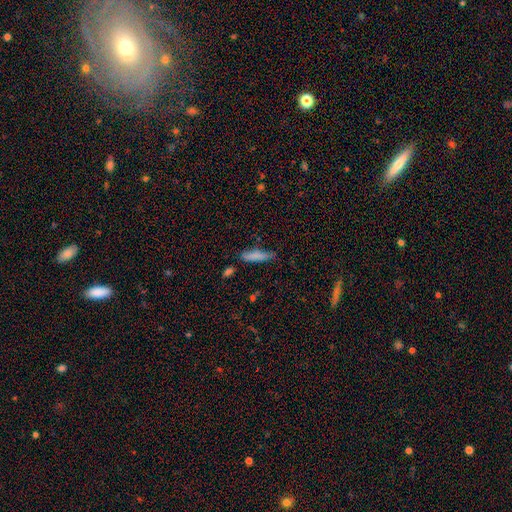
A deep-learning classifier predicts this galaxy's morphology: A smooth galaxy with no disk features (81%) that is cigar-shaped (76%).

Vote fractions:
- Smooth or featured? smooth: 81% / featured or disk: 12% / star or artifact: 7%
- How rounded? cigar-shaped: 76% / in between: 23% / round: 2%
- Merging? none: 72% / minor disturbance: 20% / major disturbance: 4% / merger: 4%